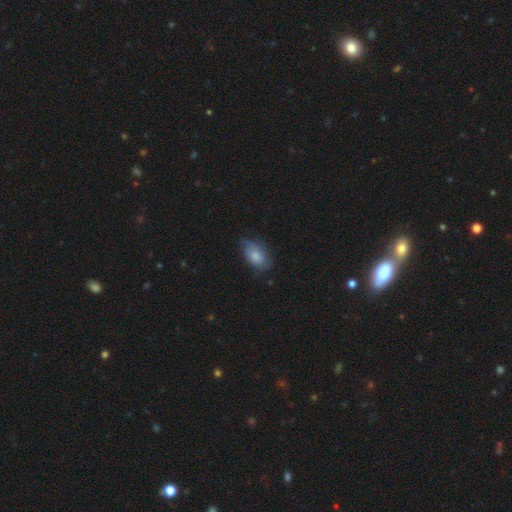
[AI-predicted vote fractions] Smooth or featured?
  - smooth: 71% *
  - featured or disk: 21%
  - star or artifact: 7%
How rounded?
  - in between: 88% *
  - round: 10%
  - cigar-shaped: 2%
Merging?
  - none: 55% *
  - minor disturbance: 32%
  - major disturbance: 11%
  - merger: 1%